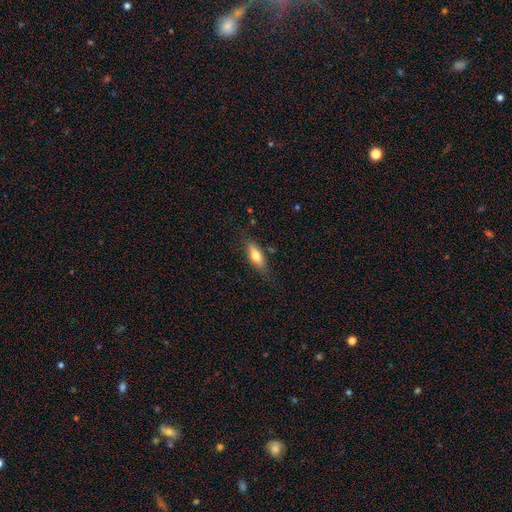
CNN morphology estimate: The model was most divided on "how rounded": in between: 61%, cigar-shaped: 36%, round: 3%. More confident: merging — none (78%); smooth or featured — smooth (69%).